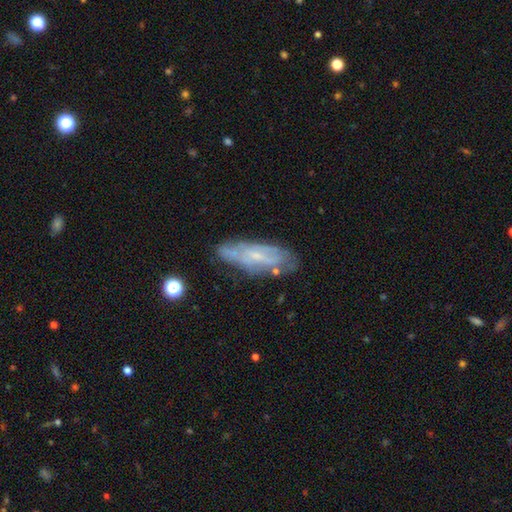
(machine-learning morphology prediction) A featured or disk galaxy (63%).

Vote fractions:
- Smooth or featured? featured or disk: 63% / smooth: 29% / star or artifact: 8%
- Edge-on disk? no: 75% / yes: 25%
- Merging? none: 67% / minor disturbance: 22% / major disturbance: 7% / merger: 4%